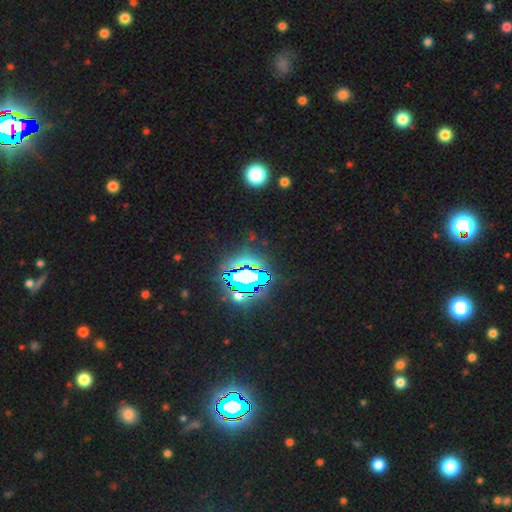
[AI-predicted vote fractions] Smooth or featured?
  - star or artifact: 82% *
  - smooth: 10%
  - featured or disk: 8%